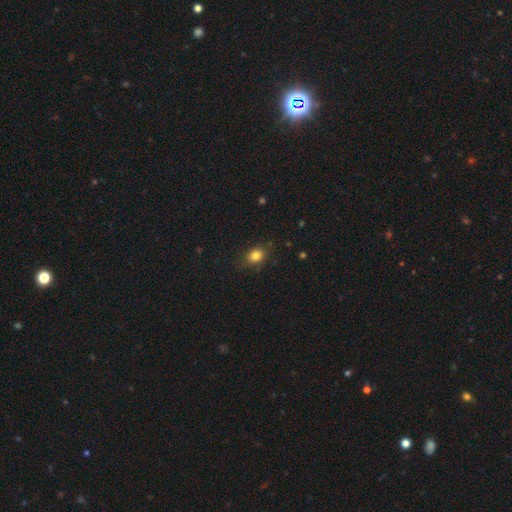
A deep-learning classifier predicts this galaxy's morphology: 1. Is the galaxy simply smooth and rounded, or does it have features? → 83% smooth, 11% star or artifact, 7% featured or disk.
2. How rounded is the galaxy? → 56% in between, 43% round, 1% cigar-shaped.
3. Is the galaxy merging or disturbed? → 81% none, 14% minor disturbance, 3% major disturbance, 1% merger.